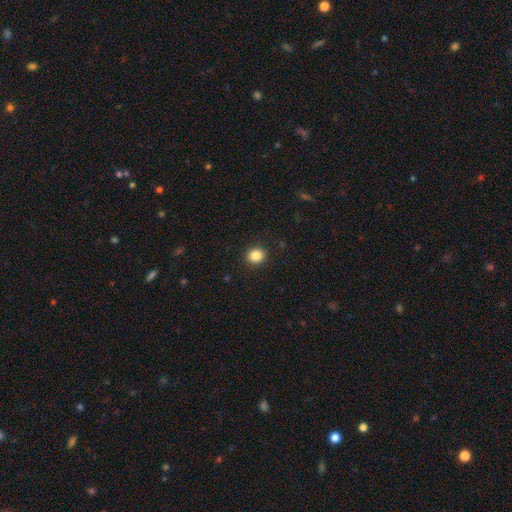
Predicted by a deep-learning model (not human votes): This is clearly a smooth galaxy (85%). How rounded: clearly round (85%). Merging: clearly none (92%).